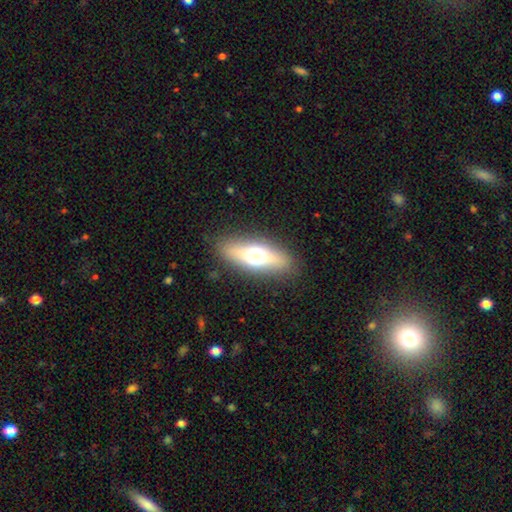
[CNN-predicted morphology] smooth-or-featured: smooth: 49% | featured or disk: 40% | star or artifact: 10%
  merging: none: 86% | minor disturbance: 9% | major disturbance: 3% | merger: 1%